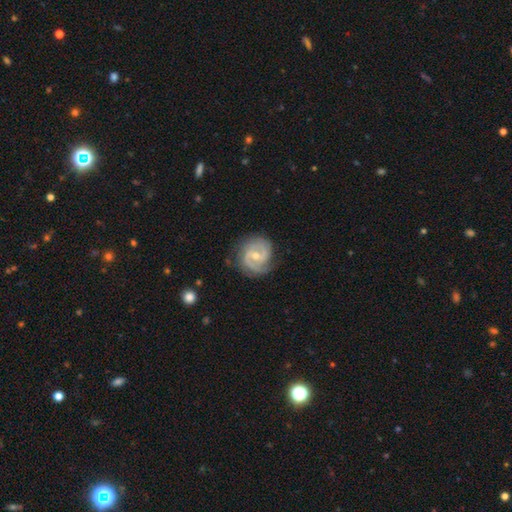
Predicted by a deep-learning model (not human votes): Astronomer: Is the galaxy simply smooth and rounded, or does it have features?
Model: featured or disk — 87%.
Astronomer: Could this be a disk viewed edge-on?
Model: no — 98%.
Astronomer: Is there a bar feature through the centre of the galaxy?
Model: weak — 46% (runner-up: no, 44%).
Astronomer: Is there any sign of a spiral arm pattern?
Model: yes — 97%.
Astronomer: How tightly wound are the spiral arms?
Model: medium — 47% (runner-up: tight, 42%).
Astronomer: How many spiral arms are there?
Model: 2 — 79%.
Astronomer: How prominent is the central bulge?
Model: moderate — 53% (runner-up: small, 44%).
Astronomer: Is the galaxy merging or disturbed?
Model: none — 77%.